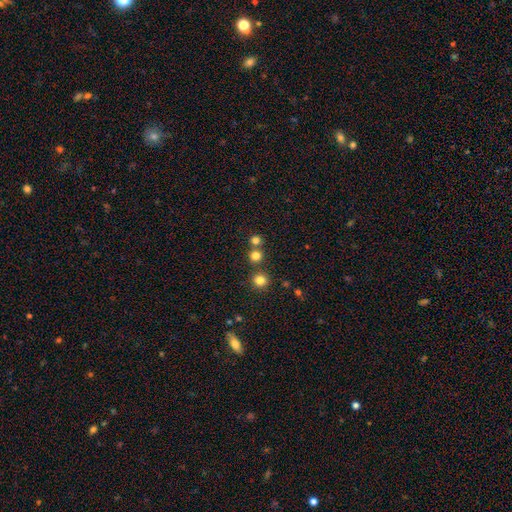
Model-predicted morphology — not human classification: This appears to be a smooth galaxy with no disk features (76%) that is round (91%). Merging: none (69%).